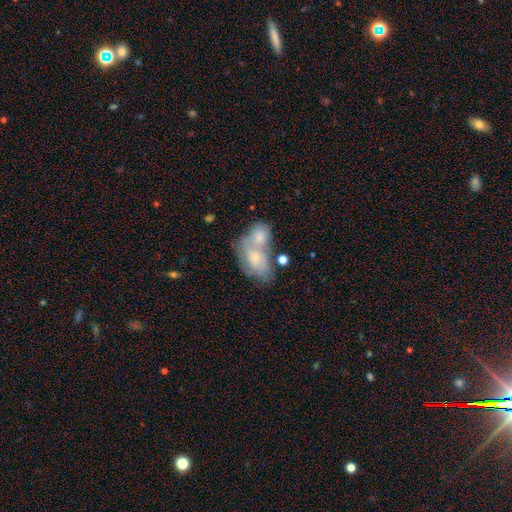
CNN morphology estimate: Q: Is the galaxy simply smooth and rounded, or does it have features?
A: smooth — 56%.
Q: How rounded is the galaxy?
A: in between — 87%.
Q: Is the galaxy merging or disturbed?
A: merger — 63%.